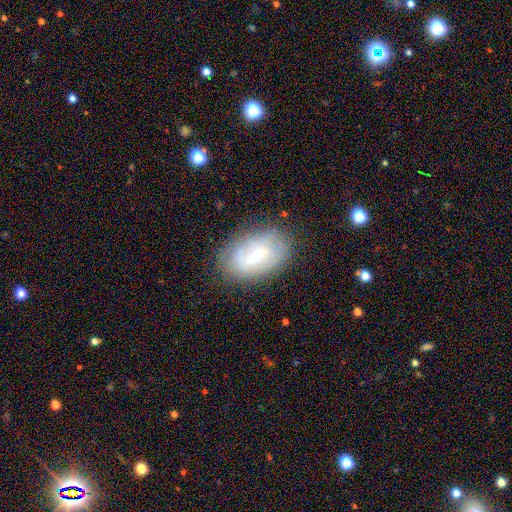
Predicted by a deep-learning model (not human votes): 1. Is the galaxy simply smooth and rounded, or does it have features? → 58% featured or disk, 34% smooth, 8% star or artifact.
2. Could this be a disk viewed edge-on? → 90% no, 10% yes.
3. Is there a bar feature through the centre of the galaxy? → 46% weak, 43% strong, 12% no.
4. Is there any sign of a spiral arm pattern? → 51% no, 49% yes.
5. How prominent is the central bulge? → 51% moderate, 34% small, 7% large, 7% none, 1% dominant.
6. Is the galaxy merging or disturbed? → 72% none, 19% minor disturbance, 7% major disturbance, 2% merger.